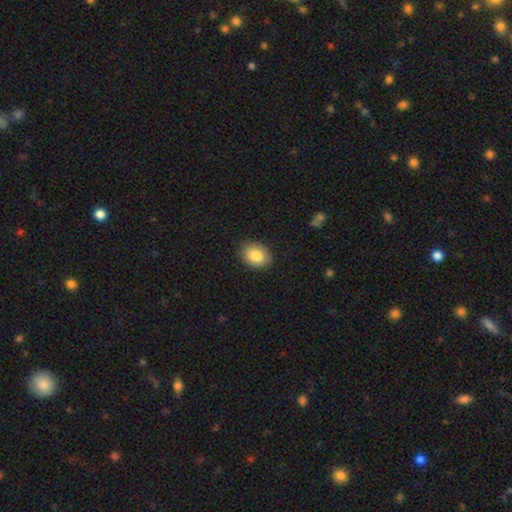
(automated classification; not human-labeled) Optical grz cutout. It shows a smooth galaxy with no disk features (84%) that is in between round and cigar-shaped (73%). Merging: none (84%).